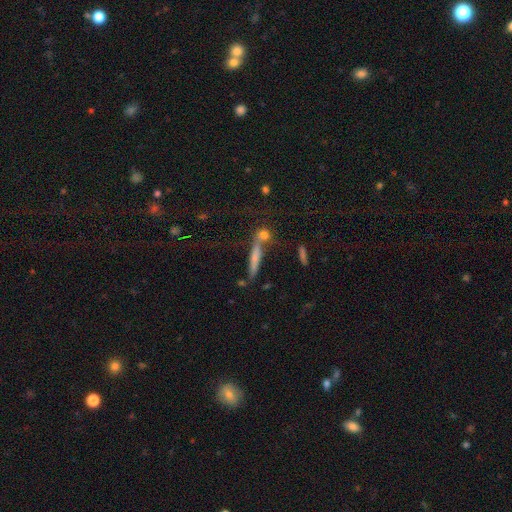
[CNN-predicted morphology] Smooth or featured: smooth — 43% (featured or disk — 39%)
Merging: none — 64% (merger — 19%)